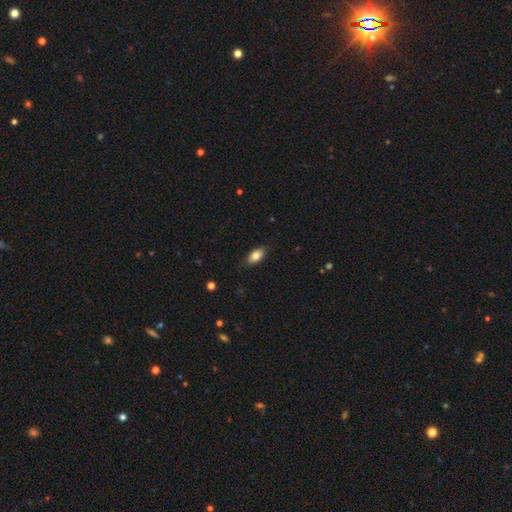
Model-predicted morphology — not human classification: Smooth or featured? Predicted: smooth (p=0.81). How rounded? Predicted: in between (p=0.89). Merging? Predicted: none (p=0.83).